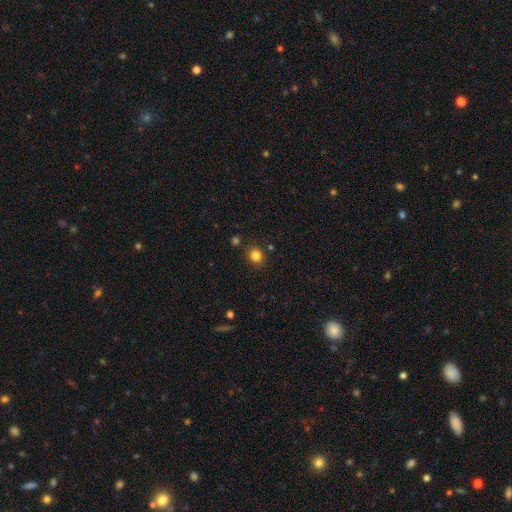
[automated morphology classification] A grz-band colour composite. It shows a smooth galaxy with no disk features (83%) that is round (79%). Merging: none (86%).